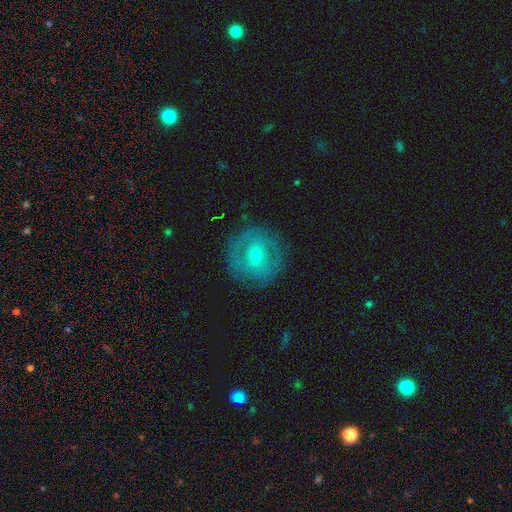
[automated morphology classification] featured or disk 62%, smooth 30%, star or artifact 8%. Down the decision tree: edge-on disk — no (95%); bar — no (50%); spiral arms — yes (59%); bulge size — small (49%); merging — none (81%).